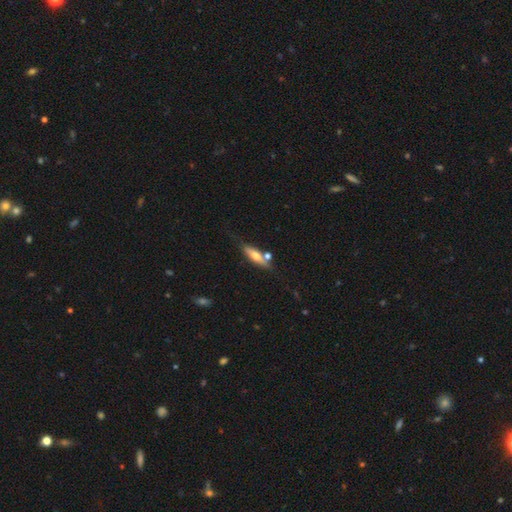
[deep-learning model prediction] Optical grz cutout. It shows a smooth galaxy with no disk features (50%). Merging: none (61%).